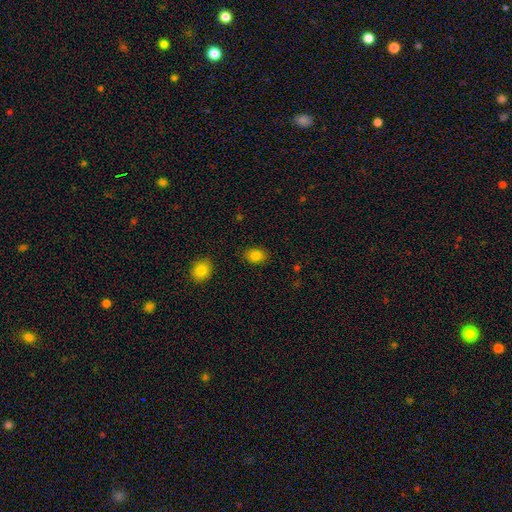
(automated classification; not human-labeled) smooth-or-featured: smooth: 85% | star or artifact: 10% | featured or disk: 5%
  how-rounded: in between: 73% | round: 26% | cigar-shaped: 1%
  merging: none: 87% | minor disturbance: 9% | major disturbance: 3% | merger: 2%